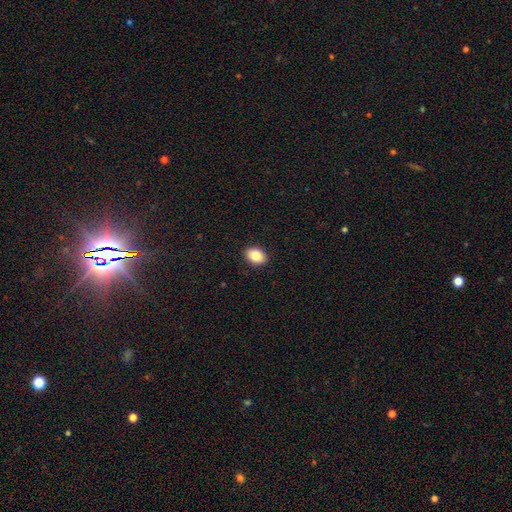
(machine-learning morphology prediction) The model was most divided on "how rounded": in between: 77%, round: 22%, cigar-shaped: 1%. More confident: merging — none (91%); smooth or featured — smooth (85%).